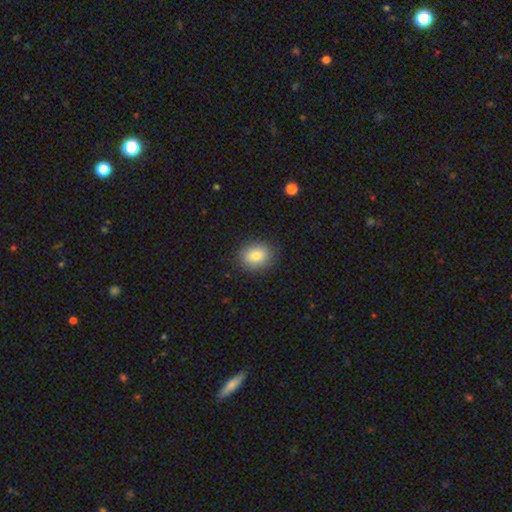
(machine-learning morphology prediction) type=smooth (84%); roundness=round (55%); merging=none (87%).